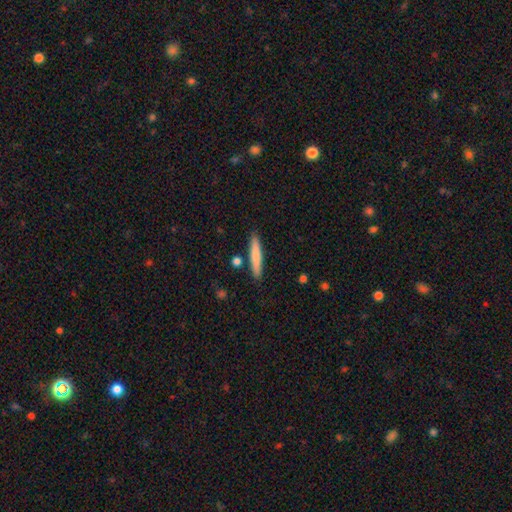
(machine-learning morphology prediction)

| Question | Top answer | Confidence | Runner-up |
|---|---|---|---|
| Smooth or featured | smooth | 74% | featured or disk (20%) |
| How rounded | cigar-shaped | 92% | in between (6%) |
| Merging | none | 87% | minor disturbance (8%) |